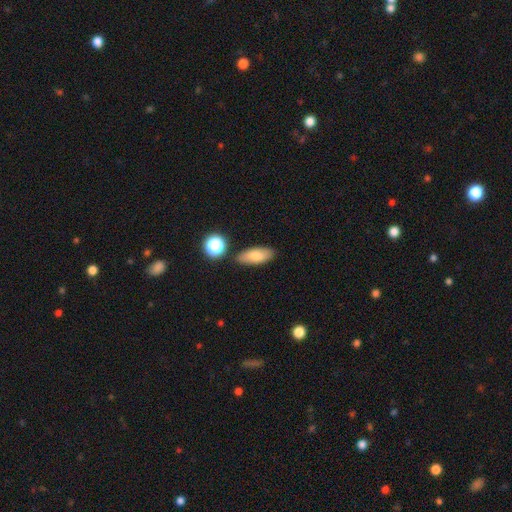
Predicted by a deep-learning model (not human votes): Morphology: type=smooth (80%); roundness=in between (80%); merging=none (82%).